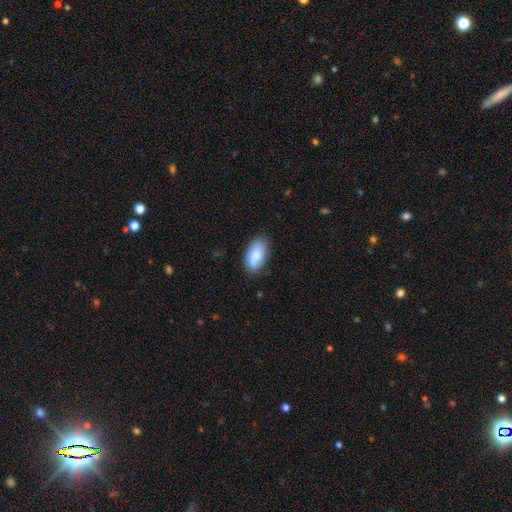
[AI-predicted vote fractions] A smooth galaxy with no disk features (76%) that is in between round and cigar-shaped (93%). Merging: none (77%).